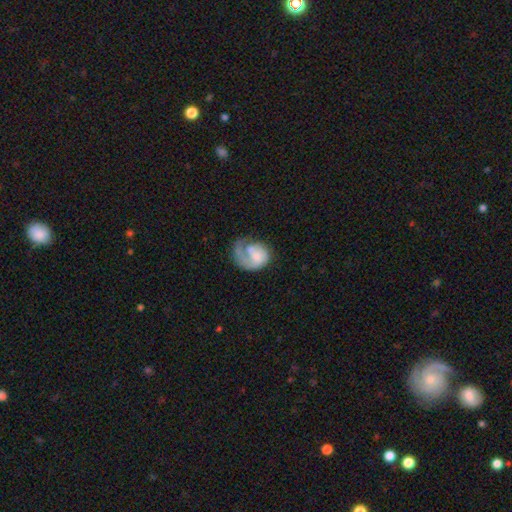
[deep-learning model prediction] This is likely a featured or disk galaxy (63%). It is clearly not viewed edge-on (98%). Bar: likely no (69%). Spiral arm pattern: clearly yes (85%). Spiral arm count: clearly 1 (83%). Spiral winding: marginally tight (34%, tied with medium). Central bulge: marginally small (35%). Merging: marginally major disturbance (38%).